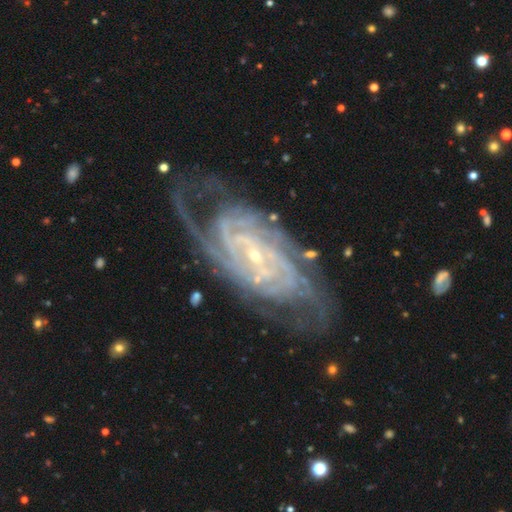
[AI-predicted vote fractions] The model was most divided on "spiral arm count": 4: 23%, can't tell: 22%, 2: 18%, 3: 17%, more than 4: 14%, 1: 8%. Remaining: spiral arms — yes (98%); edge-on disk — no (96%); smooth or featured — featured or disk (92%); bulge size — small (83%); spiral winding — tight (71%); merging — none (70%); bar — weak (38%).